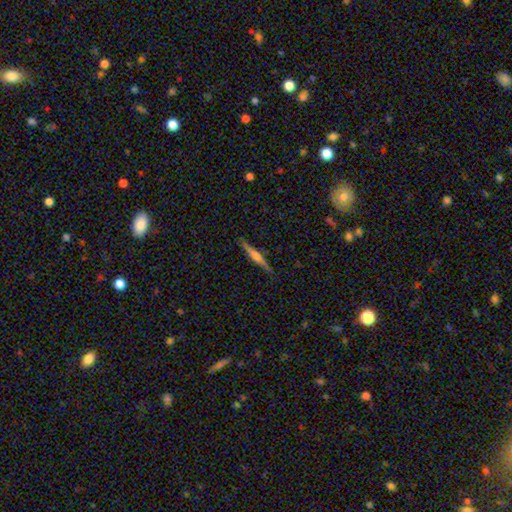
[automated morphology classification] Smooth or featured: featured or disk — 61% (smooth — 32%)
Edge-on disk: yes — 98% (no — 2%)
Edge-on bulge: rounded — 61% (boxy — 22%)
Merging: none — 90% (minor disturbance — 7%)